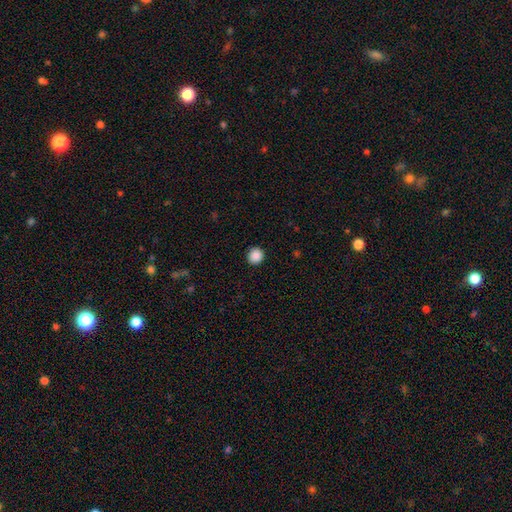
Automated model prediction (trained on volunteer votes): Smooth or featured: smooth — 88% (star or artifact — 9%)
How rounded: round — 92% (in between — 8%)
Merging: none — 92% (minor disturbance — 5%)